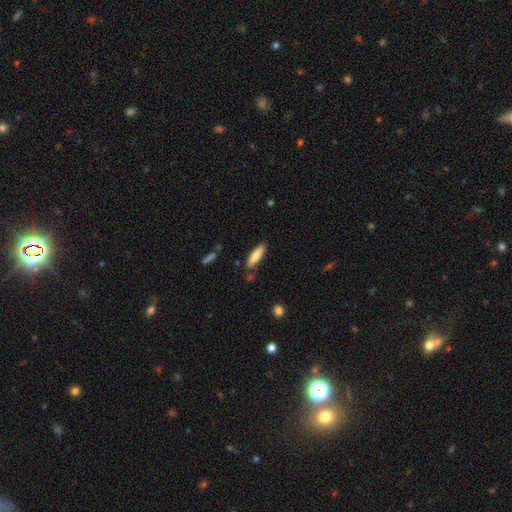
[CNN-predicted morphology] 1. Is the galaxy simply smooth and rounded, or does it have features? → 77% smooth, 16% featured or disk, 6% star or artifact.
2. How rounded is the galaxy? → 64% cigar-shaped, 35% in between, 1% round.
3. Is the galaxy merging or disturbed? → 82% none, 12% minor disturbance, 3% merger, 2% major disturbance.